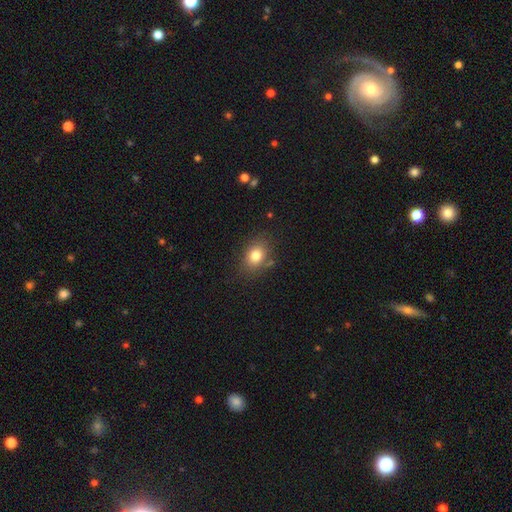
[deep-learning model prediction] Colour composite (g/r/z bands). It shows a smooth galaxy with no disk features (79%) that is in between round and cigar-shaped (60%). Merging: none (77%).